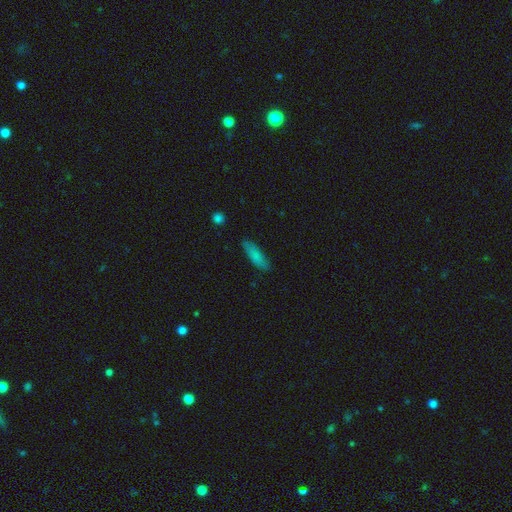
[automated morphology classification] Smooth or featured? Predicted: smooth (p=0.80). How rounded? Predicted: cigar-shaped (p=0.57). Merging? Predicted: none (p=0.81).